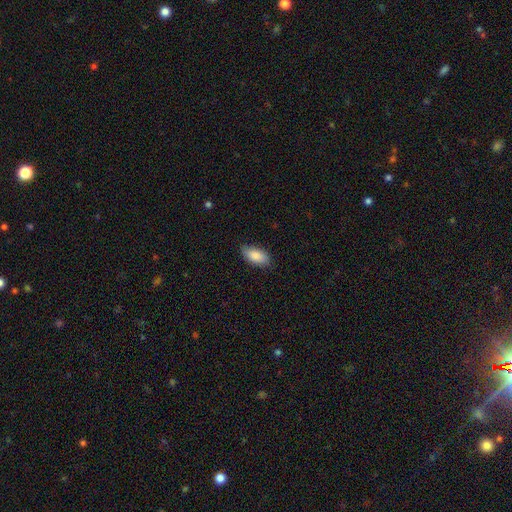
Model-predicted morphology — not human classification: Smooth or featured? smooth (87%)
How rounded? in between (91%)
Merging? none (84%)